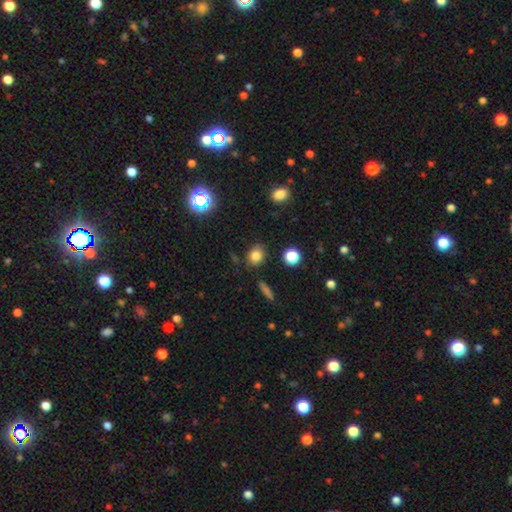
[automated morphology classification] Smooth or featured? smooth (79%)
How rounded? round (56%)
Merging? none (81%)